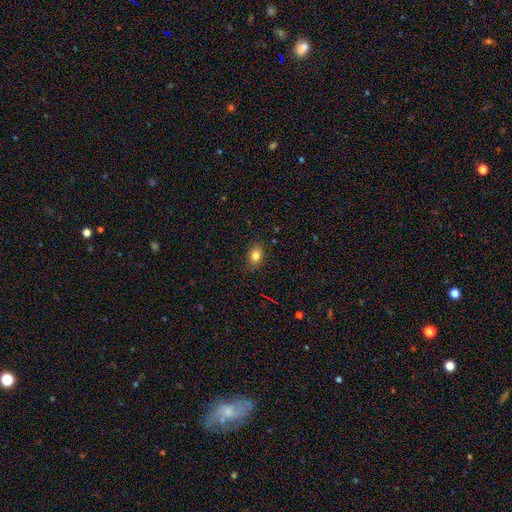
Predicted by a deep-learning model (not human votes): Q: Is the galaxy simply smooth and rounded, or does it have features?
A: smooth — 82%.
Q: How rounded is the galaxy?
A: in between — 71%.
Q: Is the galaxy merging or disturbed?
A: none — 87%.